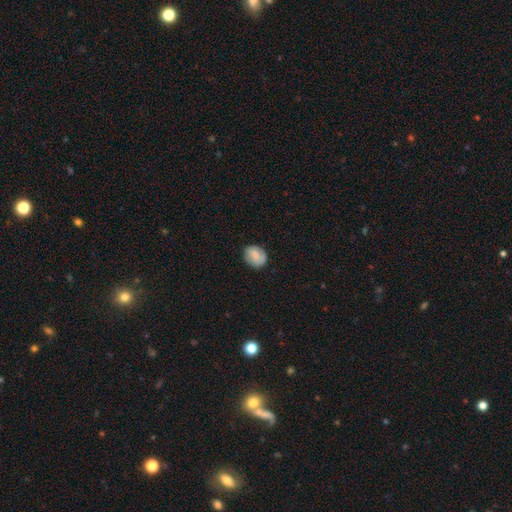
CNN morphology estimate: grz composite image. It shows a smooth galaxy with no disk features (72%) that is round (58%). Merging: none (80%).